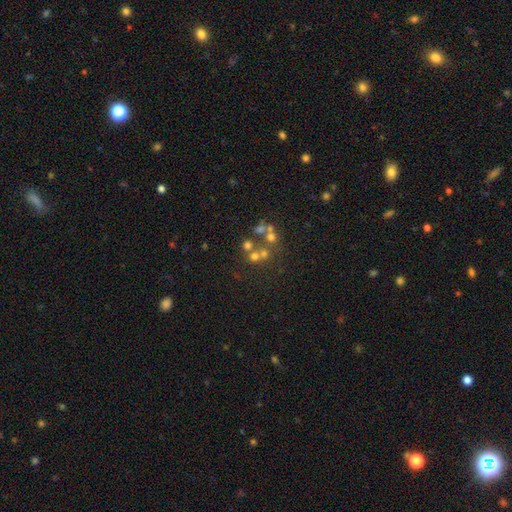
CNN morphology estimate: A smooth galaxy with no disk features (35%).

Vote fractions:
- Smooth or featured? smooth: 35% / star or artifact: 34% / featured or disk: 31%
- Merging? none: 47% / merger: 38% / minor disturbance: 8% / major disturbance: 7%